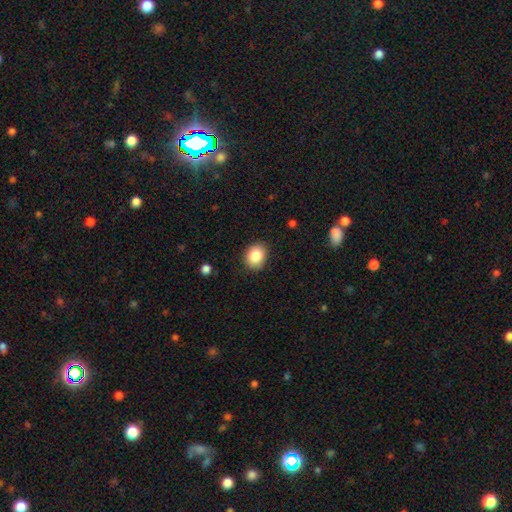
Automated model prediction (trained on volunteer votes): Smooth or featured: smooth — 85% (star or artifact — 9%)
How rounded: round — 55% (in between — 44%)
Merging: none — 87% (minor disturbance — 9%)